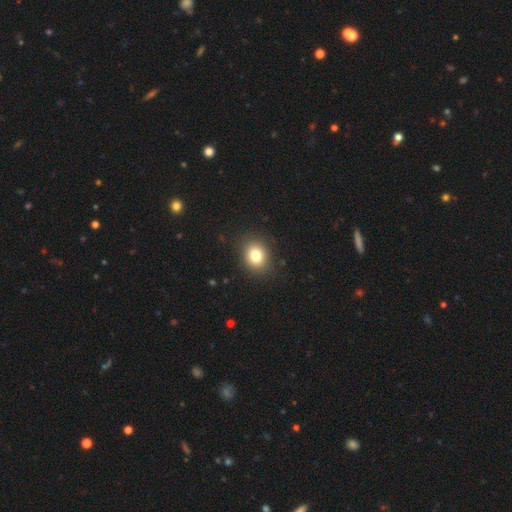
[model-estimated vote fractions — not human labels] This appears to be a smooth galaxy with no disk features (80%) that is round (60%). Merging: none (88%).